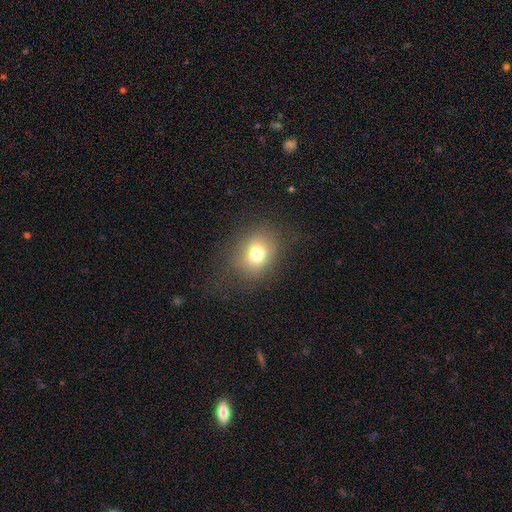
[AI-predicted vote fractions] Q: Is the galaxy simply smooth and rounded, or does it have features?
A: smooth — 73%.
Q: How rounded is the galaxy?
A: round — 63%.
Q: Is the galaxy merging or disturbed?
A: none — 76%.